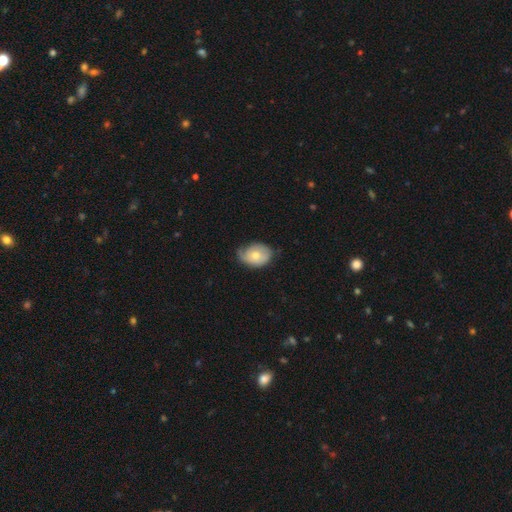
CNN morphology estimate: type=smooth (59%); roundness=in between (68%); merging=none (50%).